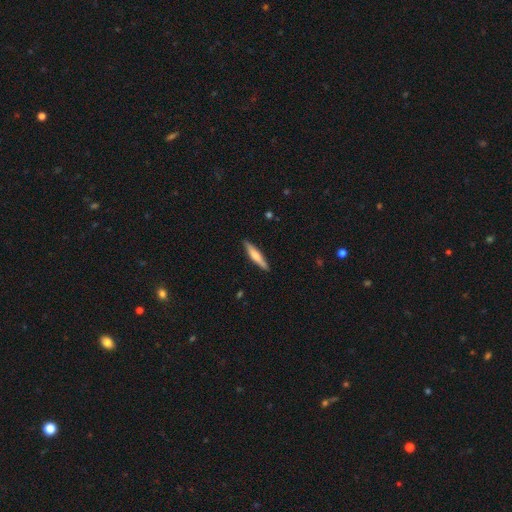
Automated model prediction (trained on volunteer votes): A smooth galaxy with no disk features (57%) that is cigar-shaped (88%). Merging: none (89%).